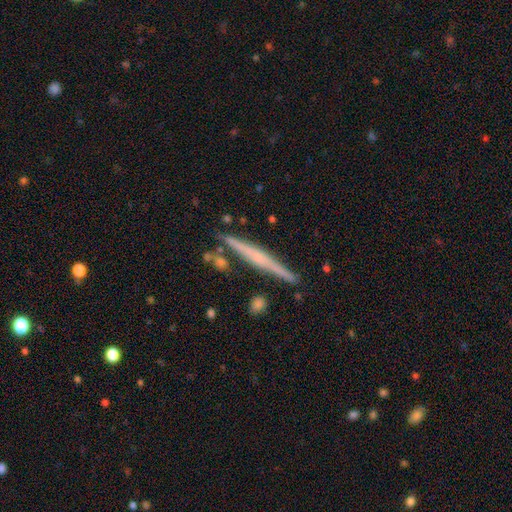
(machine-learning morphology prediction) Smooth or featured? Predicted: featured or disk (p=0.65). Edge-on disk? Predicted: yes (p=0.98). Edge-on bulge? Predicted: none (p=0.45). Merging? Predicted: none (p=0.86).